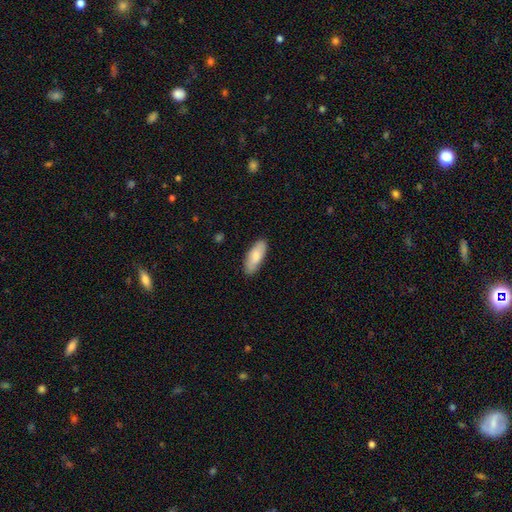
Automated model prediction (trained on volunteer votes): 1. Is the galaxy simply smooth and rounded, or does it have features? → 79% smooth, 16% featured or disk, 6% star or artifact.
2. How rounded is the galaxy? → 76% in between, 23% cigar-shaped, 2% round.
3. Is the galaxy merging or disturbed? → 87% none, 10% minor disturbance, 2% major disturbance, 1% merger.